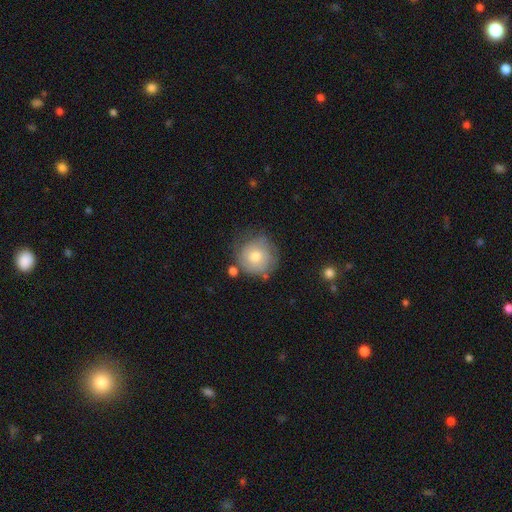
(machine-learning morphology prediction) The model was most divided on "smooth or featured": smooth: 53%, featured or disk: 36%, star or artifact: 11%. More confident: how rounded — round (93%); merging — none (73%).